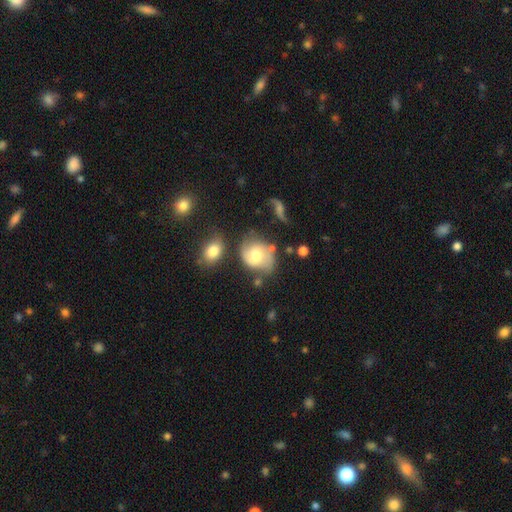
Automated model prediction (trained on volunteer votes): Overall: smooth (50%; featured or disk 41%). Merging: none (54%; minor disturbance 25%).